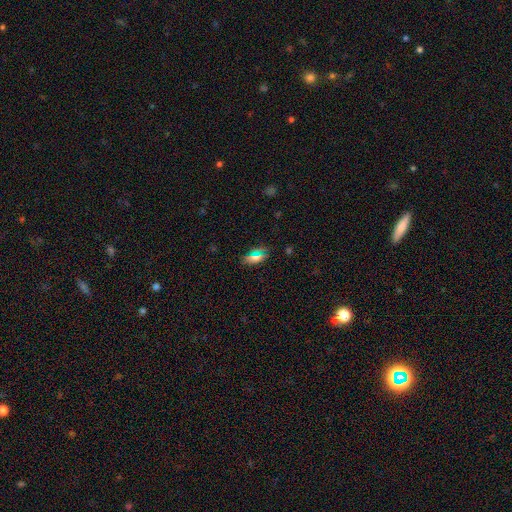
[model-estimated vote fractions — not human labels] smooth_or_featured: smooth (p=0.65) [alt: star or artifact p=0.23]
how_rounded: in between (p=0.83) [alt: cigar-shaped p=0.11]
merging: none (p=0.80) [alt: minor disturbance p=0.14]